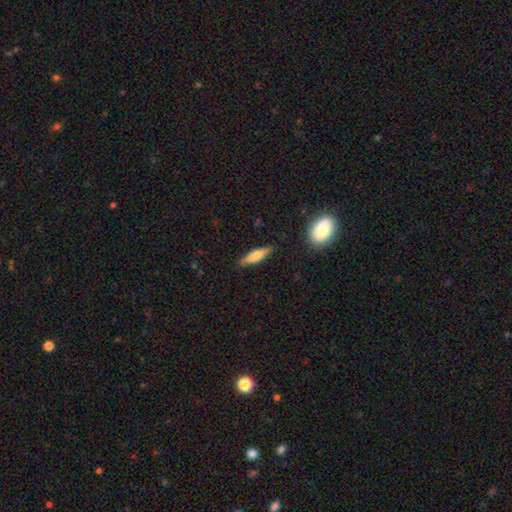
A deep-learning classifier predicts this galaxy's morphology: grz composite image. It shows a smooth galaxy with no disk features (63%) that is cigar-shaped (71%). Merging: none (85%).